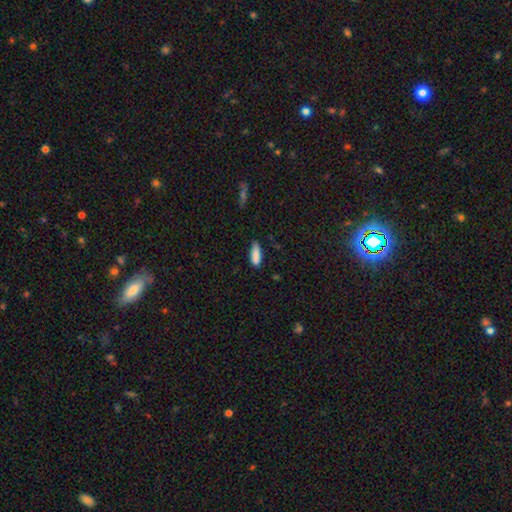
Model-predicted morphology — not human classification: smooth 87%, star or artifact 7%, featured or disk 6%. Down the decision tree: how rounded — in between (61%); merging — none (68%).